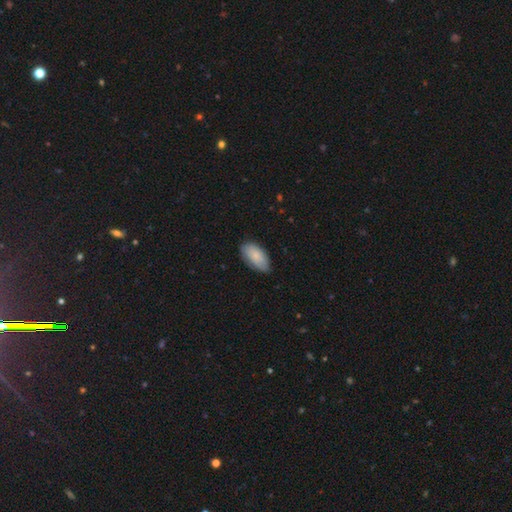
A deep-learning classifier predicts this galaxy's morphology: Smooth or featured: smooth — 83% (featured or disk — 11%)
How rounded: in between — 94% (cigar-shaped — 3%)
Merging: none — 77% (minor disturbance — 19%)